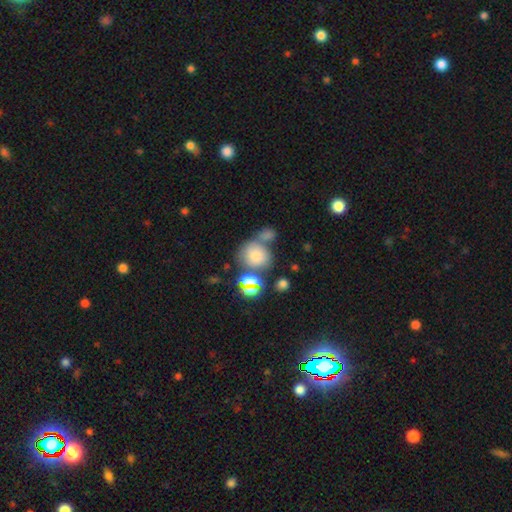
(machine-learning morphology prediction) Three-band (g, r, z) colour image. It shows a smooth galaxy with no disk features (71%) that is round (75%). Merging: none (46%).